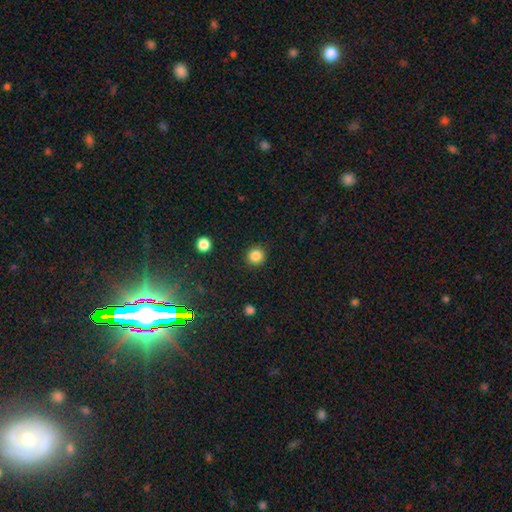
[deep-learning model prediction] Morphology: type=smooth (85%); roundness=round (93%); merging=none (91%).